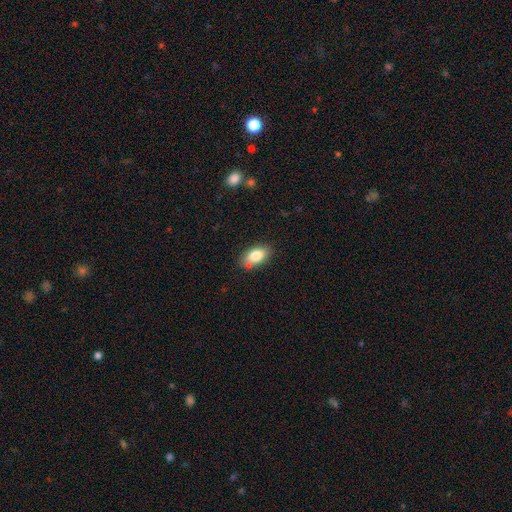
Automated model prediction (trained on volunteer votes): smooth_or_featured: smooth (p=0.81) [alt: featured or disk p=0.11]
how_rounded: in between (p=0.91) [alt: round p=0.06]
merging: none (p=0.75) [alt: minor disturbance p=0.16]